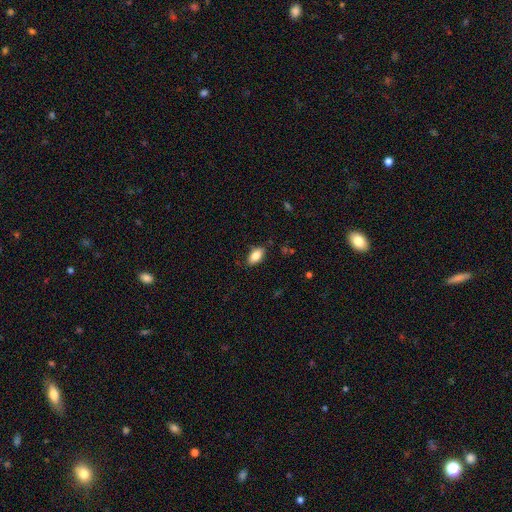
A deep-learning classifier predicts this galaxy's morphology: Smooth or featured: smooth — 84% (featured or disk — 9%)
How rounded: in between — 92% (round — 5%)
Merging: none — 84% (minor disturbance — 12%)